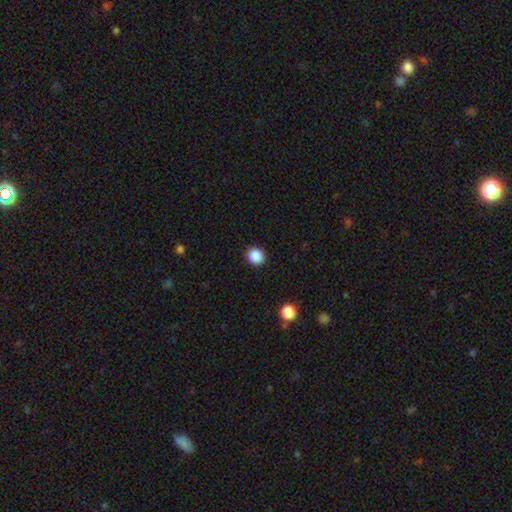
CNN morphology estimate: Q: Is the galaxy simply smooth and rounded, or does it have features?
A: smooth — 87%.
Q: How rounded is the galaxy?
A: round — 90%.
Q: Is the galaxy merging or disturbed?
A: none — 93%.